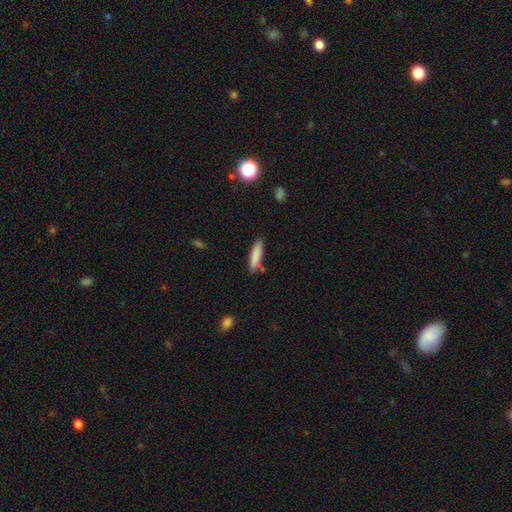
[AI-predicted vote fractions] smooth_or_featured: smooth (p=0.84) [alt: featured or disk p=0.09]
how_rounded: cigar-shaped (p=0.78) [alt: in between p=0.21]
merging: none (p=0.81) [alt: minor disturbance p=0.12]